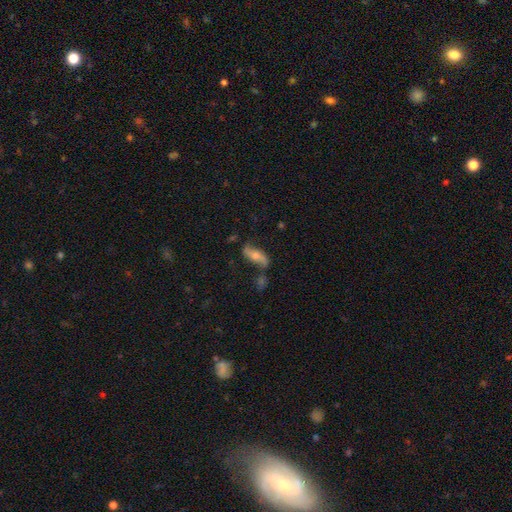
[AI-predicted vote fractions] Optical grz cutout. It shows a featured or disk galaxy (54%). Merging: none (61%).